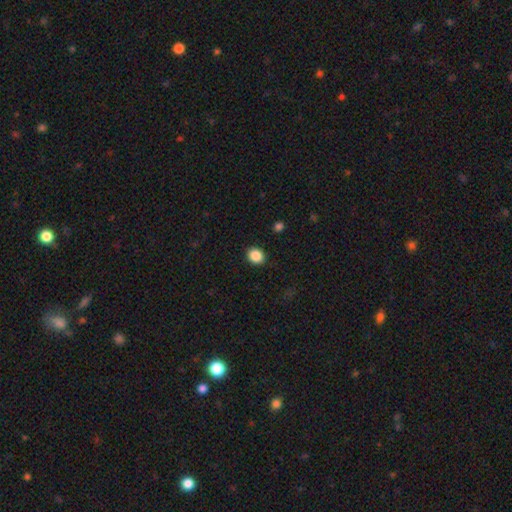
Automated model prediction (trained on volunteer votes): Smooth or featured: smooth — 88% (star or artifact — 9%)
How rounded: round — 62% (in between — 37%)
Merging: none — 91% (minor disturbance — 6%)